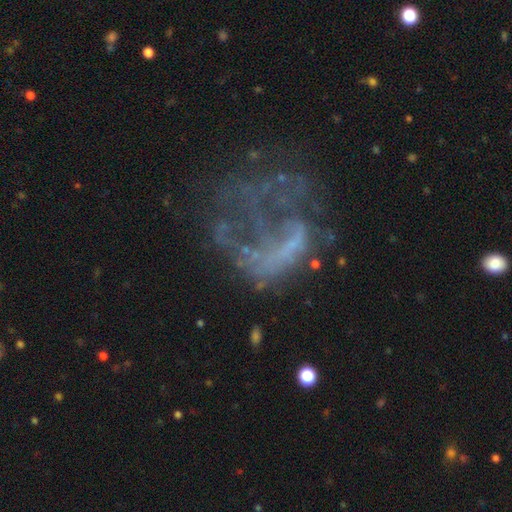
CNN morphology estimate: Smooth or featured: featured or disk — 62% (star or artifact — 20%)
Edge-on disk: no — 97% (yes — 3%)
Bar: no — 72% (weak — 18%)
Spiral arms: no — 72% (yes — 28%)
Bulge size: none — 68% (small — 19%)
Merging: major disturbance — 49% (none — 29%)